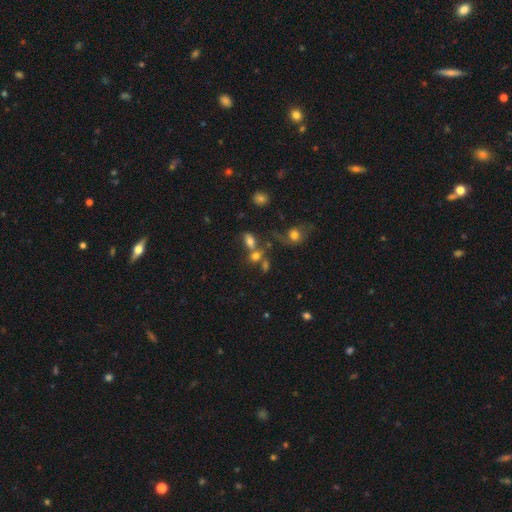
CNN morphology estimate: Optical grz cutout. It shows a smooth galaxy with no disk features (69%) that is in between round and cigar-shaped (55%). Merging: merger (48%).